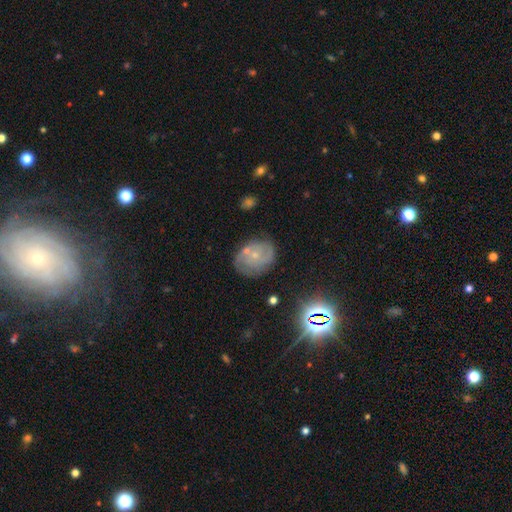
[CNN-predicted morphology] This appears to be a featured or disk galaxy (55%) with no bar (79%), spiral arms (71%) and a small central bulge (76%). Merging: none (63%).